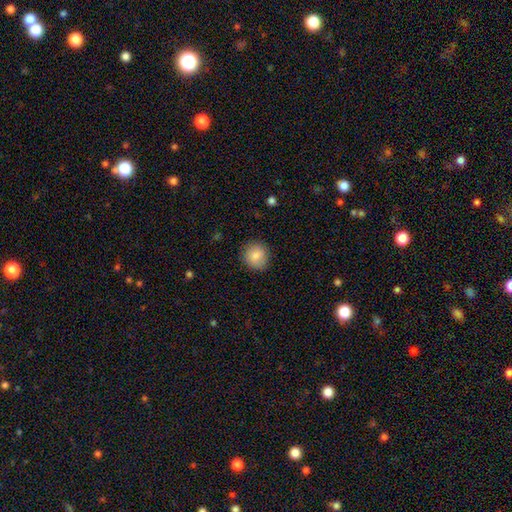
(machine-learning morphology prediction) Smooth or featured? Predicted: smooth (p=0.84). How rounded? Predicted: round (p=0.89). Merging? Predicted: none (p=0.87).